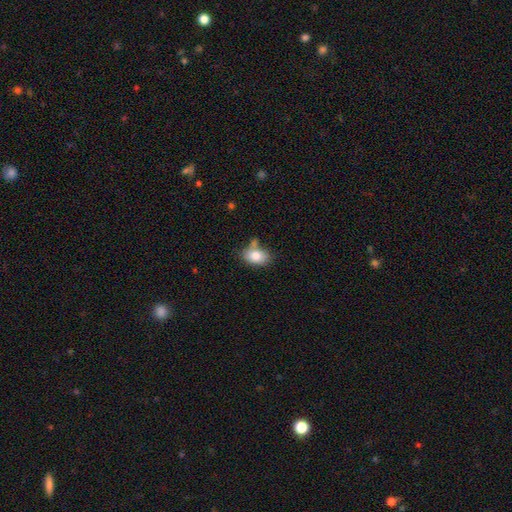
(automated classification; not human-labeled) A smooth galaxy with no disk features (81%) that is in between round and cigar-shaped (85%).

Vote fractions:
- Smooth or featured? smooth: 81% / featured or disk: 12% / star or artifact: 8%
- How rounded? in between: 85% / round: 13% / cigar-shaped: 1%
- Merging? none: 58% / minor disturbance: 20% / merger: 16% / major disturbance: 5%